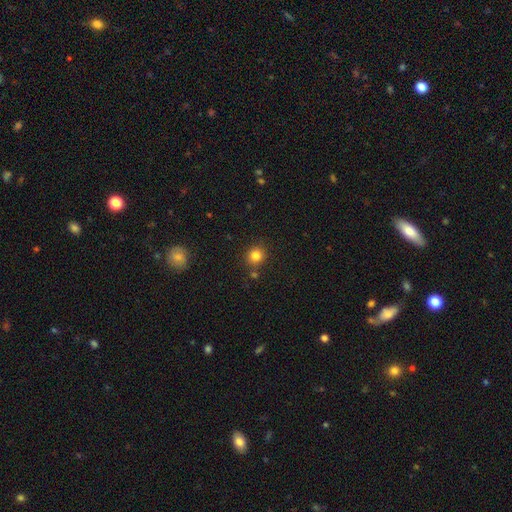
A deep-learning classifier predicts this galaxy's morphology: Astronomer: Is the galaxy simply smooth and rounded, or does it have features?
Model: smooth — 82%.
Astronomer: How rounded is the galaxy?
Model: round — 88%.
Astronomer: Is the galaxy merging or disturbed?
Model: none — 82%.